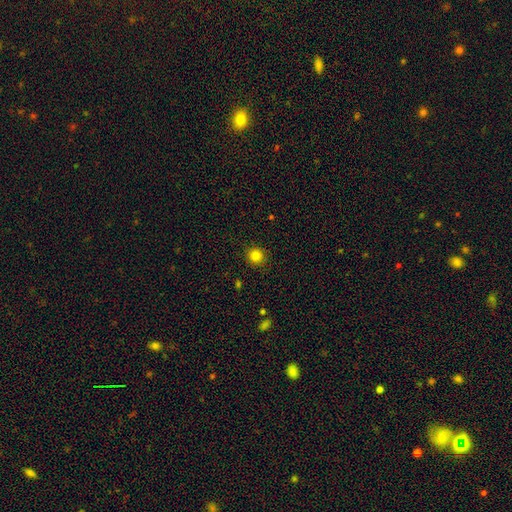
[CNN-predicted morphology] smooth-or-featured: smooth: 83% | star or artifact: 12% | featured or disk: 5%
  how-rounded: round: 93% | in between: 6% | cigar-shaped: 1%
  merging: none: 91% | minor disturbance: 6% | major disturbance: 2% | merger: 1%